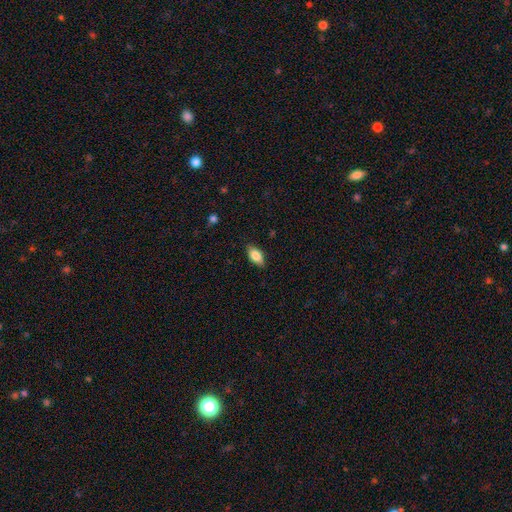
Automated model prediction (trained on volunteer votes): Q: Smooth or featured?
A: smooth (81%); runner-up: featured or disk (12%)
Q: How rounded?
A: in between (89%); runner-up: cigar-shaped (7%)
Q: Merging?
A: none (85%); runner-up: minor disturbance (12%)